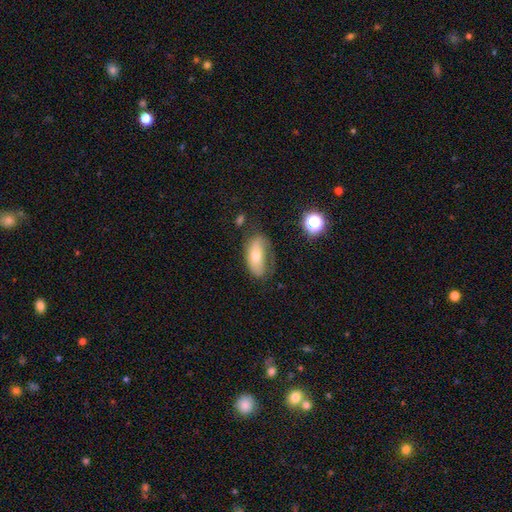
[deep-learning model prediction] Smooth or featured? smooth (60%)
How rounded? in between (87%)
Merging? none (48%)